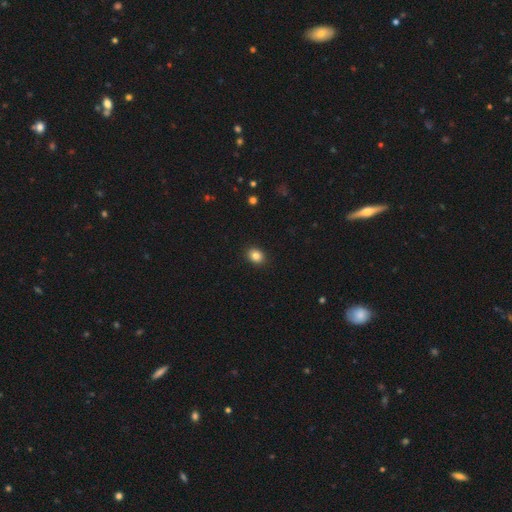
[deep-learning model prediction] smooth-or-featured: smooth: 85% | star or artifact: 10% | featured or disk: 5%
  how-rounded: in between: 51% | round: 48% | cigar-shaped: 1%
  merging: none: 91% | minor disturbance: 7% | major disturbance: 2% | merger: 1%